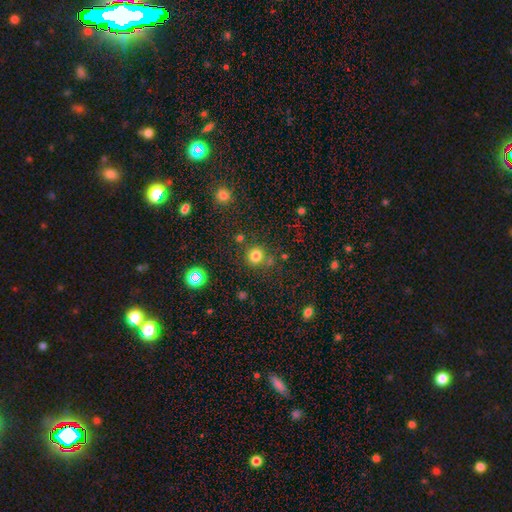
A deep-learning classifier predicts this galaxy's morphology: Overall: smooth (78%). How rounded: round (90%). Merging: none (77%).